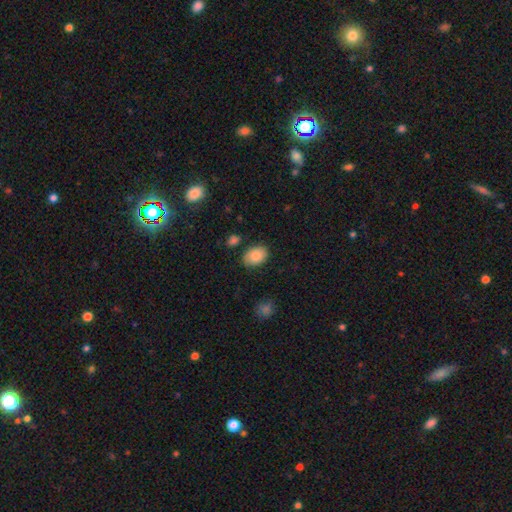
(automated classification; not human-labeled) The model was most divided on "merging": none: 79%, minor disturbance: 15%, major disturbance: 3%, merger: 3%. More confident: smooth or featured — smooth (84%); how rounded — in between (84%).